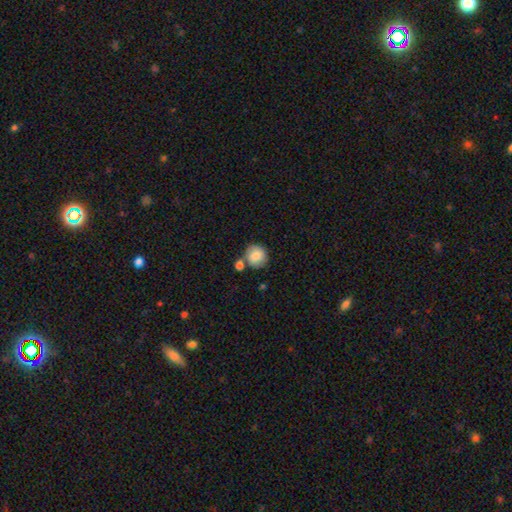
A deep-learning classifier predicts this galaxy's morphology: This is likely a smooth galaxy (79%). How rounded: clearly round (88%). Merging: possibly none (59%).